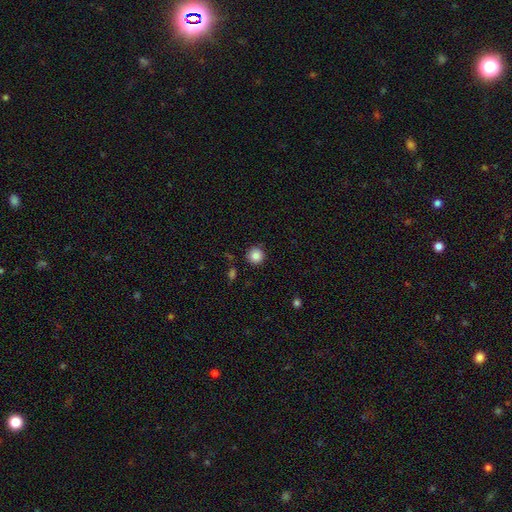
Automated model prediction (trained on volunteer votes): Morphology: type=smooth (87%); roundness=round (95%); merging=none (88%).